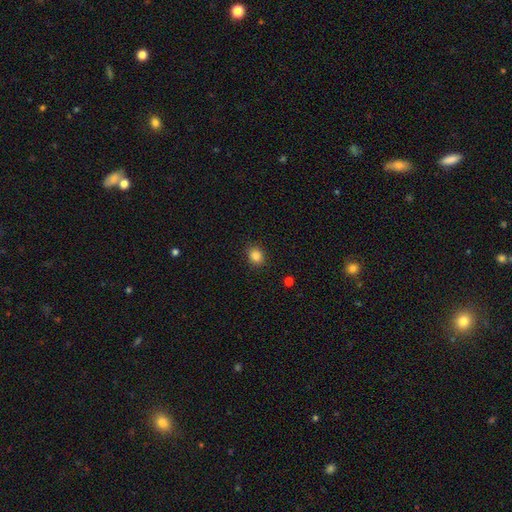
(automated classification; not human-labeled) This appears to be a smooth galaxy with no disk features (84%) that is round (66%). Merging: none (89%).